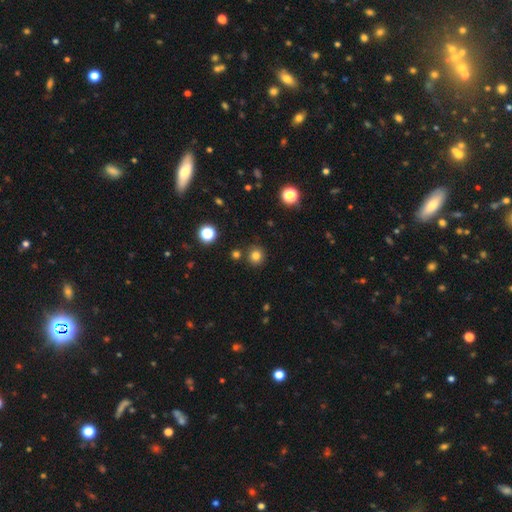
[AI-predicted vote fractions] Smooth or featured: smooth — 79% (star or artifact — 15%)
How rounded: round — 92% (in between — 7%)
Merging: none — 85% (minor disturbance — 7%)